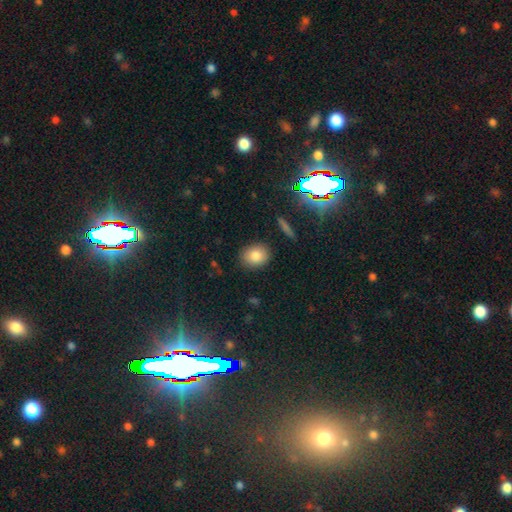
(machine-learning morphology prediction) Smooth or featured? Predicted: smooth (p=0.82). How rounded? Predicted: round (p=0.57). Merging? Predicted: none (p=0.87).